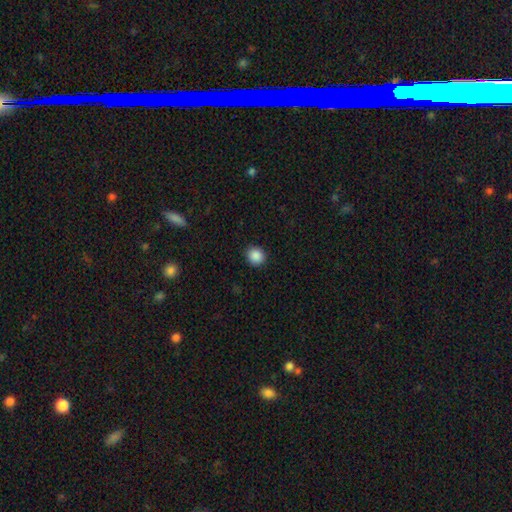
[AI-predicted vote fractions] Overall: smooth (88%). How rounded: round (86%). Merging: none (91%).